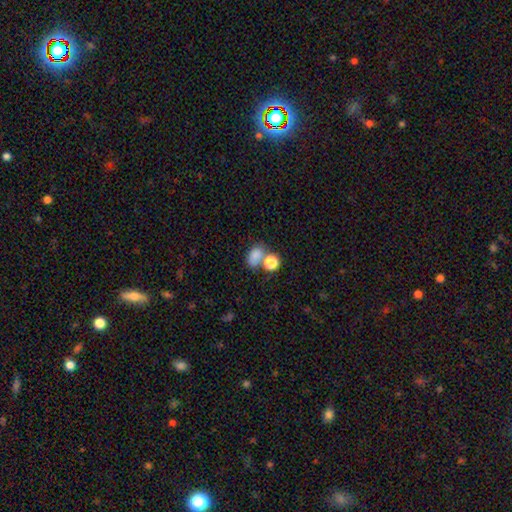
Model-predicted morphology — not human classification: Smooth or featured? smooth (79%)
How rounded? in between (67%)
Merging? none (42%)